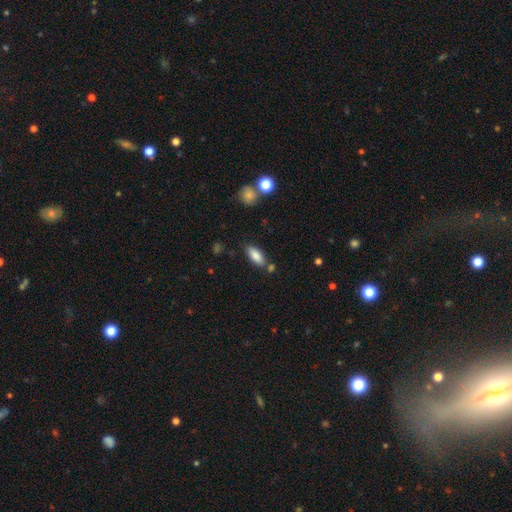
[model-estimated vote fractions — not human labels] A smooth galaxy with no disk features (84%) that is in between round and cigar-shaped (81%).

Vote fractions:
- Smooth or featured? smooth: 84% / featured or disk: 8% / star or artifact: 7%
- How rounded? in between: 81% / cigar-shaped: 17% / round: 2%
- Merging? none: 76% / minor disturbance: 12% / merger: 8% / major disturbance: 3%